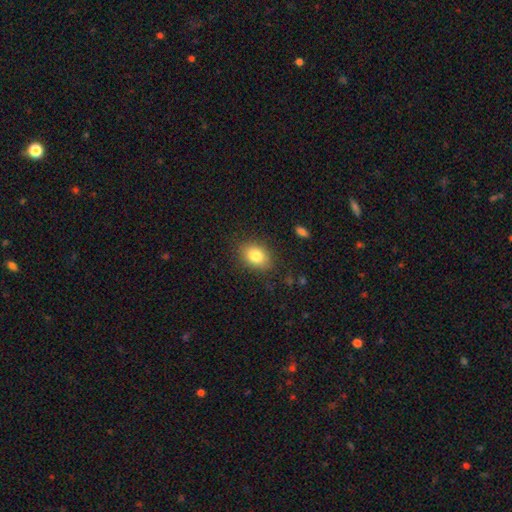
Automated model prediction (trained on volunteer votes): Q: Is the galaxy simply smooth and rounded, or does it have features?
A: smooth — 82%.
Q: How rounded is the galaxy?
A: in between — 74%.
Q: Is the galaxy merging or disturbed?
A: none — 84%.